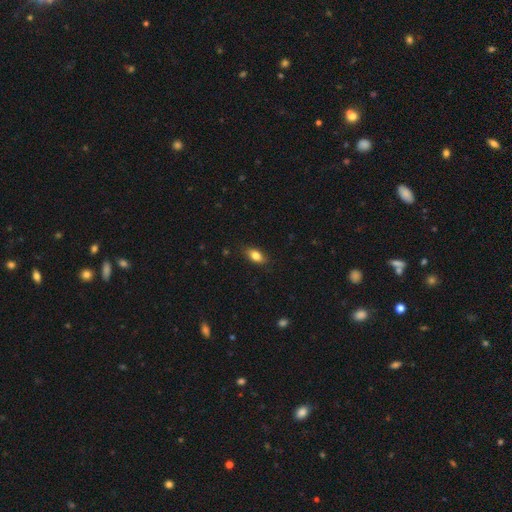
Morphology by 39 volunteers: This appears to be a smooth galaxy with no disk features (79%) that is in between round and cigar-shaped (94%). Merging: none (86%).